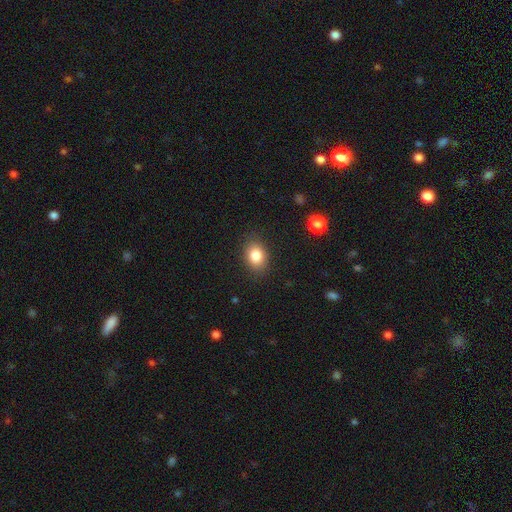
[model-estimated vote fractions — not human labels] Smooth or featured? smooth (84%)
How rounded? in between (71%)
Merging? none (86%)